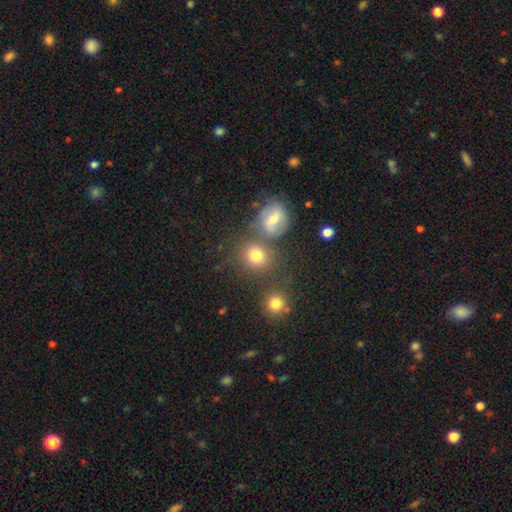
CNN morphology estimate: Smooth or featured: smooth — 78% (star or artifact — 13%)
How rounded: round — 77% (in between — 22%)
Merging: none — 64% (merger — 20%)